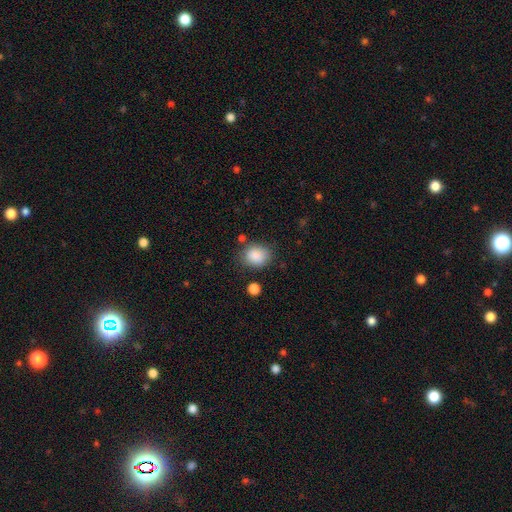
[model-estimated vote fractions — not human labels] Smooth or featured? Predicted: smooth (p=0.87). How rounded? Predicted: round (p=0.55). Merging? Predicted: none (p=0.75).